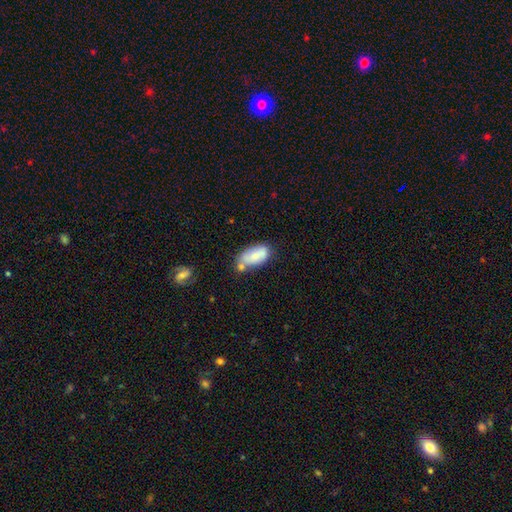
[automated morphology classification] Smooth or featured? smooth (70%)
How rounded? in between (90%)
Merging? none (47%)